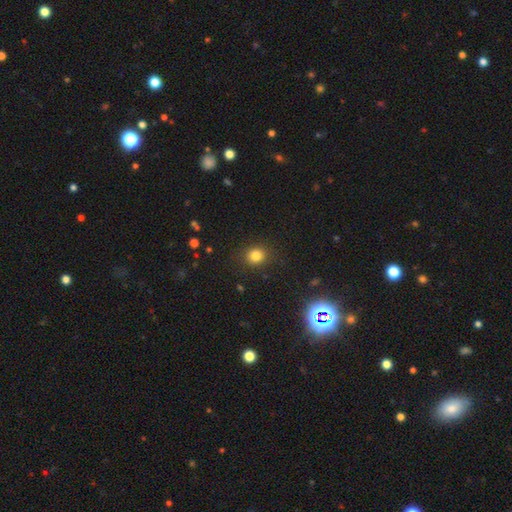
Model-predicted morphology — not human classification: This appears to be a smooth galaxy with no disk features (81%) that is round (82%). Merging: none (88%).